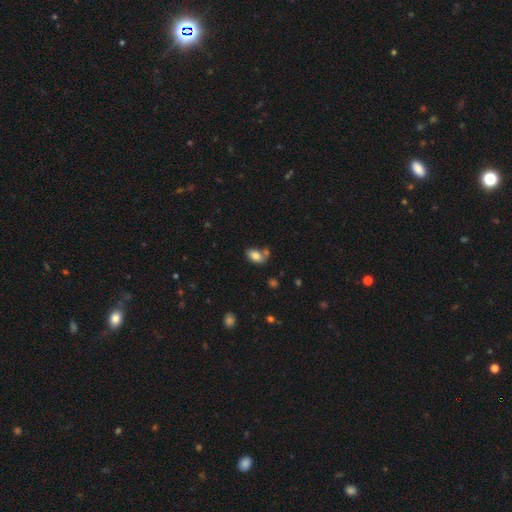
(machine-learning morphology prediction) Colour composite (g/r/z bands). It shows a smooth galaxy with no disk features (81%) that is in between round and cigar-shaped (90%). Merging: none (53%).